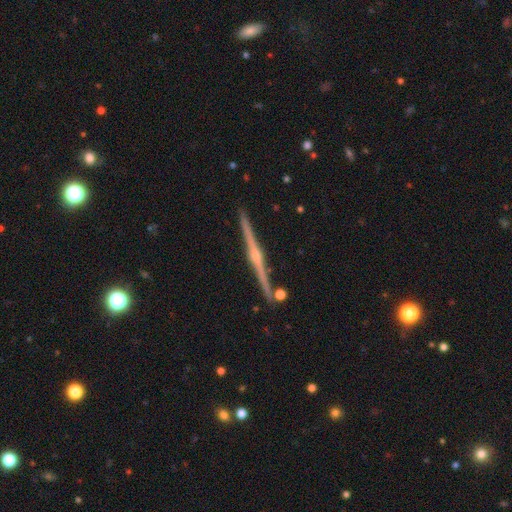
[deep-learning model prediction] Smooth or featured? Predicted: featured or disk (p=0.88). Edge-on disk? Predicted: yes (p=0.99). Edge-on bulge? Predicted: rounded (p=0.88). Merging? Predicted: none (p=0.91).